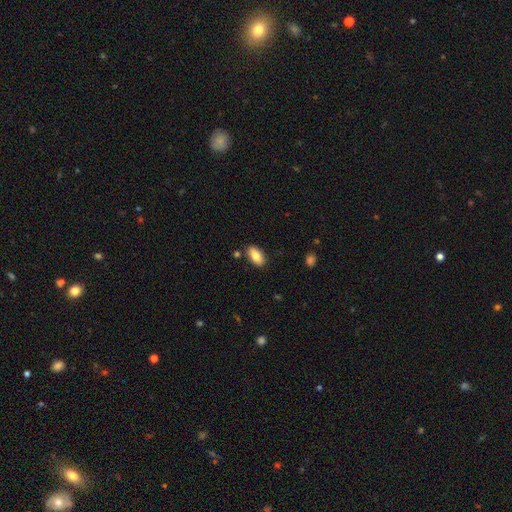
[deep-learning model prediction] smooth 81%, featured or disk 12%, star or artifact 7%. Down the decision tree: how rounded — in between (93%); merging — none (85%).